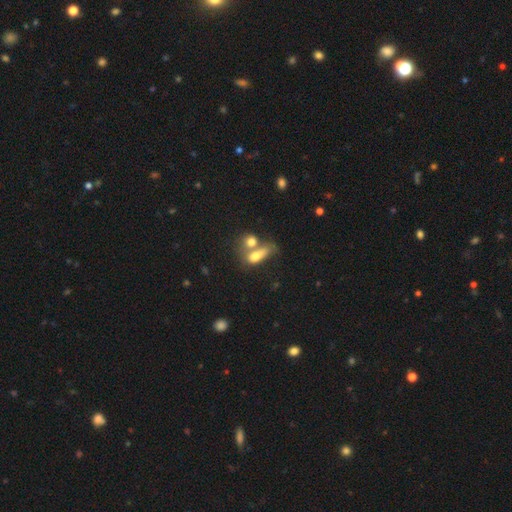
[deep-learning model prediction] Smooth or featured? smooth (69%)
How rounded? in between (71%)
Merging? merger (62%)